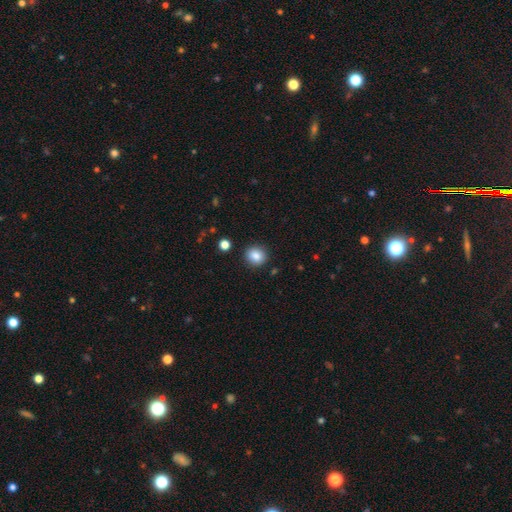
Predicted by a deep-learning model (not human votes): Smooth or featured: smooth — 86% (star or artifact — 9%)
How rounded: round — 83% (in between — 16%)
Merging: none — 90% (minor disturbance — 6%)